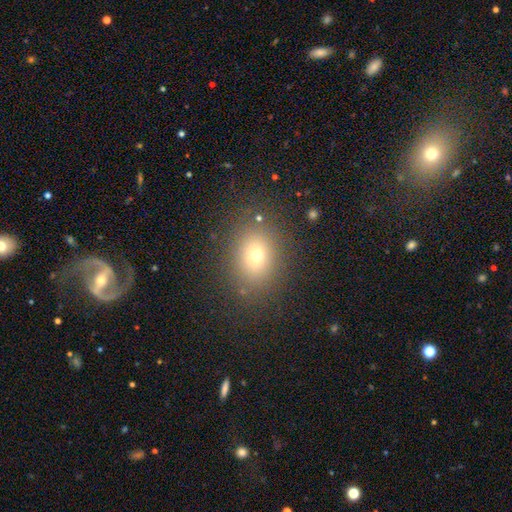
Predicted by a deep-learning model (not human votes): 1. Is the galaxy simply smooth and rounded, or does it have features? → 69% smooth, 18% star or artifact, 12% featured or disk.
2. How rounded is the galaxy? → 50% round, 49% in between, 1% cigar-shaped.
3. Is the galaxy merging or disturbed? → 84% none, 9% minor disturbance, 4% major disturbance, 2% merger.